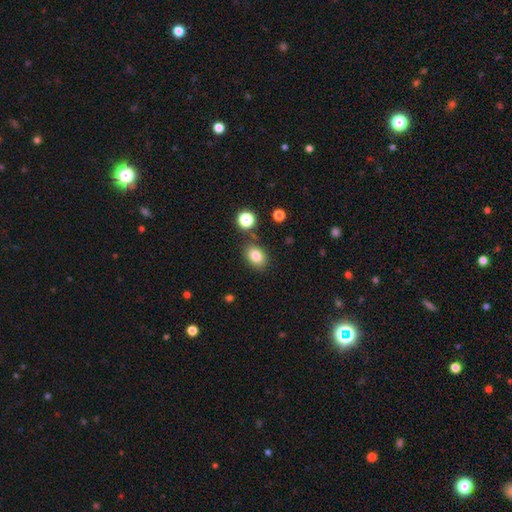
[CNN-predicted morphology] type=smooth (81%); roundness=in between (64%); merging=none (82%).